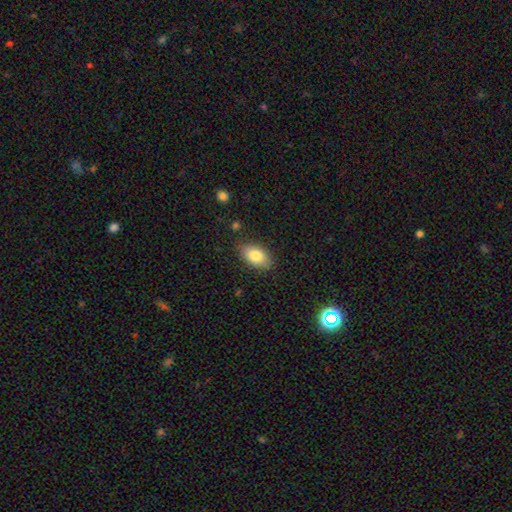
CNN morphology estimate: smooth-or-featured: smooth: 82% | featured or disk: 11% | star or artifact: 7%
  how-rounded: in between: 92% | round: 5% | cigar-shaped: 2%
  merging: none: 84% | minor disturbance: 12% | major disturbance: 3% | merger: 1%